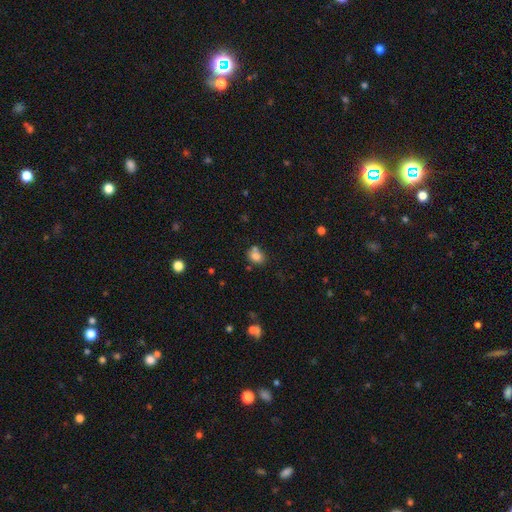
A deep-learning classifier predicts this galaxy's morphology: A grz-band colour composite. It shows a smooth galaxy with no disk features (79%) that is round (54%). Merging: none (52%).